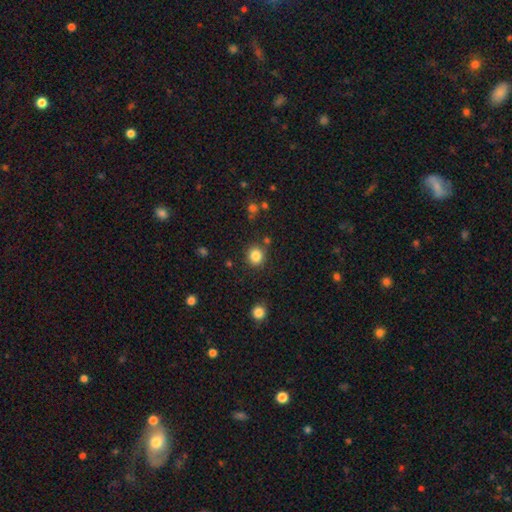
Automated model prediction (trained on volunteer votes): Q: Smooth or featured?
A: smooth (84%); runner-up: star or artifact (11%)
Q: How rounded?
A: round (89%); runner-up: in between (10%)
Q: Merging?
A: none (85%); runner-up: minor disturbance (8%)